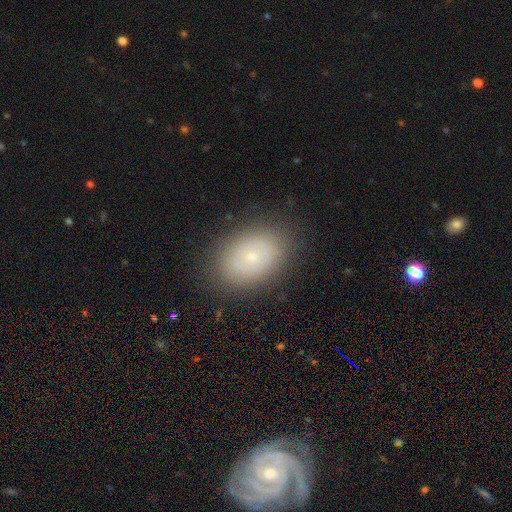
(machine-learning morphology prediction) smooth_or_featured: smooth (p=0.62) [alt: featured or disk p=0.27]
how_rounded: in between (p=0.81) [alt: round p=0.18]
merging: none (p=0.85) [alt: minor disturbance p=0.10]